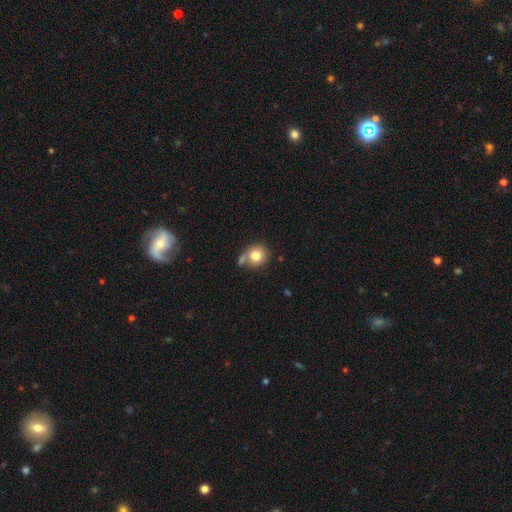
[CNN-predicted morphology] Smooth or featured: smooth — 80% (featured or disk — 11%)
How rounded: round — 83% (in between — 16%)
Merging: none — 58% (merger — 21%)